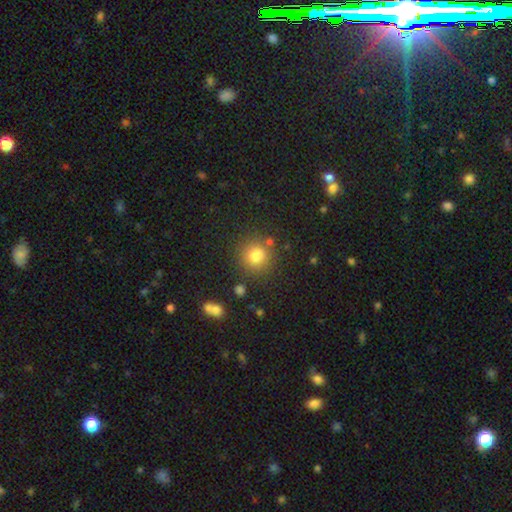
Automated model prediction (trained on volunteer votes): This is likely a smooth galaxy (80%). How rounded: clearly round (88%). Merging: likely none (80%).